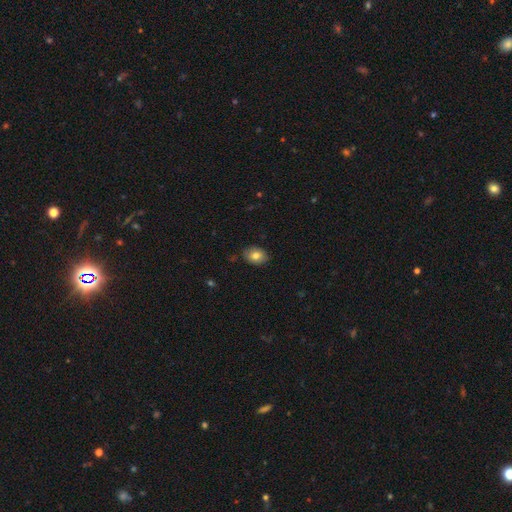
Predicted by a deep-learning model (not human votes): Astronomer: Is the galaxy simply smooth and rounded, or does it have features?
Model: smooth — 79%.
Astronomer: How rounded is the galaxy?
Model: in between — 69%.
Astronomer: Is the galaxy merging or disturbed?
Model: none — 84%.